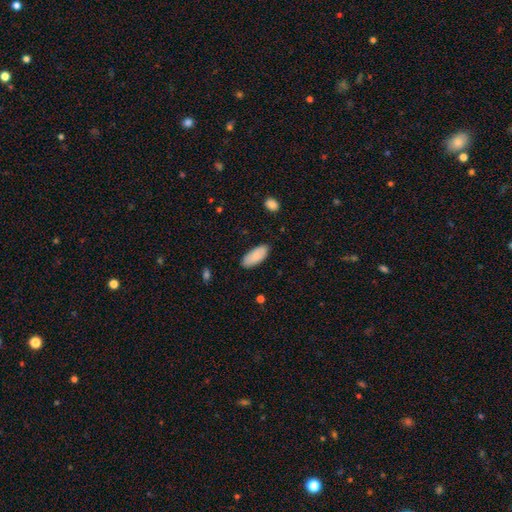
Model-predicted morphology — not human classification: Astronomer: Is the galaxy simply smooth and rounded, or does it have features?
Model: smooth — 87%.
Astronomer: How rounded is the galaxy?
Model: in between — 88%.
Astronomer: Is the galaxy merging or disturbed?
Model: none — 84%.